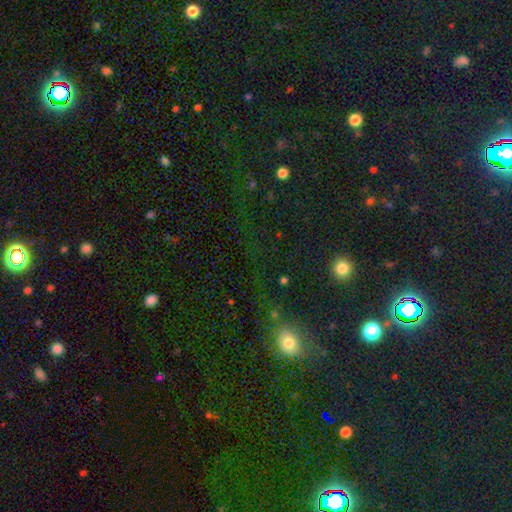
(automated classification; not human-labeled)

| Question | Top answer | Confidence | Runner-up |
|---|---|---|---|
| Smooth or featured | star or artifact | 54% | smooth (37%) |